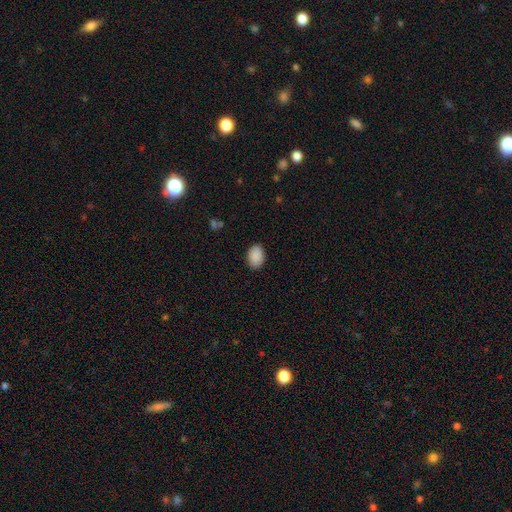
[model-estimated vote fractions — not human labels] Q: Smooth or featured?
A: smooth (90%); runner-up: star or artifact (7%)
Q: How rounded?
A: in between (82%); runner-up: round (17%)
Q: Merging?
A: none (87%); runner-up: minor disturbance (9%)